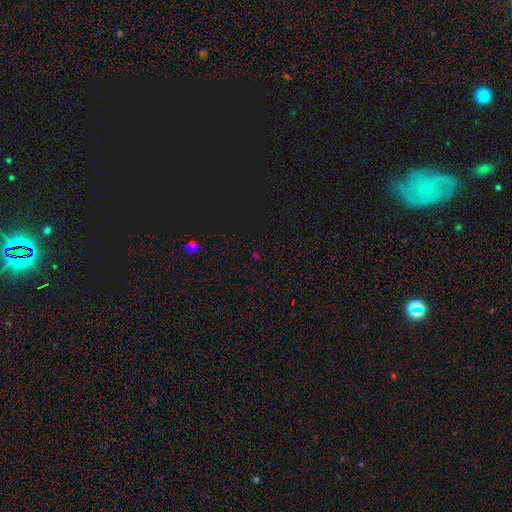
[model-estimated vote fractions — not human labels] Smooth or featured?
  - star or artifact: 69% *
  - smooth: 25%
  - featured or disk: 7%